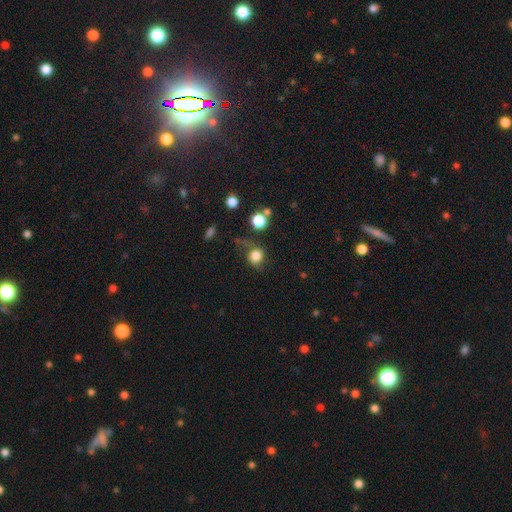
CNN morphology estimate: type=smooth (77%); roundness=round (76%); merging=none (48%).